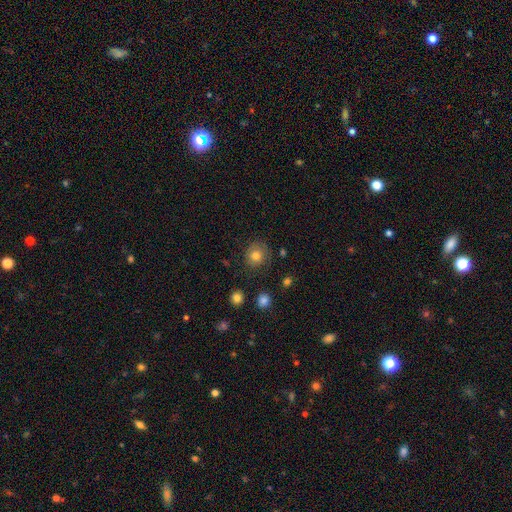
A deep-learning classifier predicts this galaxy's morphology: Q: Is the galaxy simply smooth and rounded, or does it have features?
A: smooth — 76%.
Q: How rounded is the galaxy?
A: round — 86%.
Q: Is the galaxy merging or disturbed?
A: none — 77%.